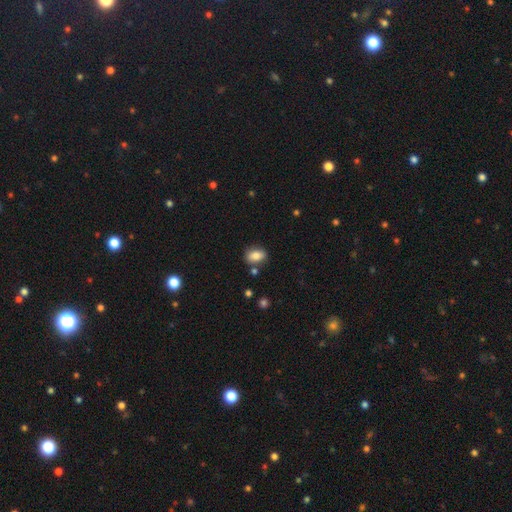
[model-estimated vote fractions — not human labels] Smooth or featured? Predicted: smooth (p=0.82). How rounded? Predicted: in between (p=0.82). Merging? Predicted: none (p=0.77).